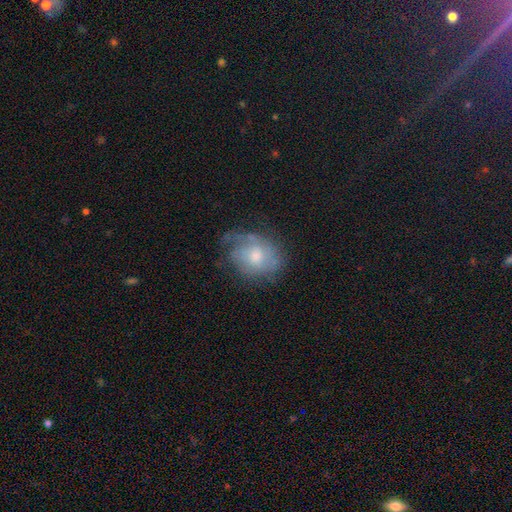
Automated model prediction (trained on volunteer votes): A featured or disk galaxy (53%) with no bar (78%), spiral arms (72%) and a moderate central bulge (60%). Merging: none (56%).